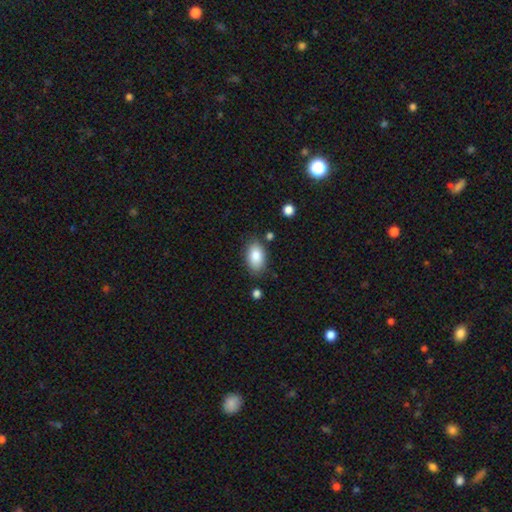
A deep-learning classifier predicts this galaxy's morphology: Smooth or featured? Predicted: smooth (p=0.85). How rounded? Predicted: in between (p=0.92). Merging? Predicted: none (p=0.81).